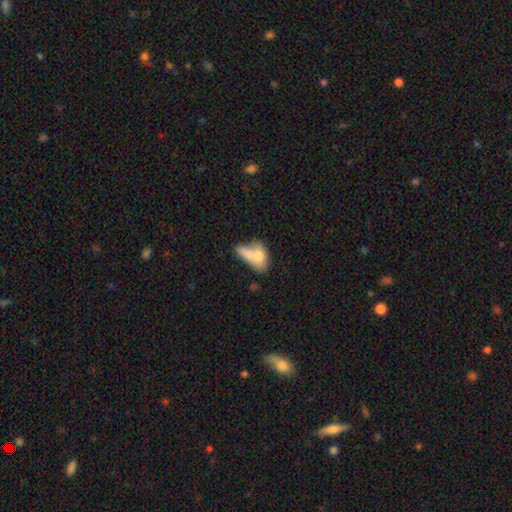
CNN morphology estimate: smooth_or_featured: smooth (p=0.69) [alt: featured or disk p=0.23]
how_rounded: in between (p=0.77) [alt: round p=0.15]
merging: merger (p=0.53) [alt: none p=0.21]